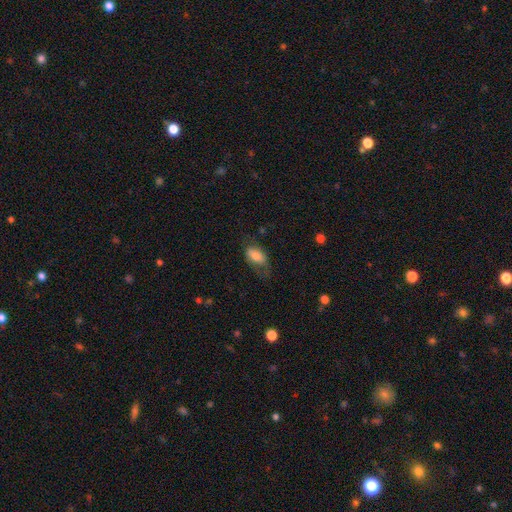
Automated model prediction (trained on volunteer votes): Overall: smooth (73%). How rounded: in between (91%). Merging: none (52%; minor disturbance 27%).